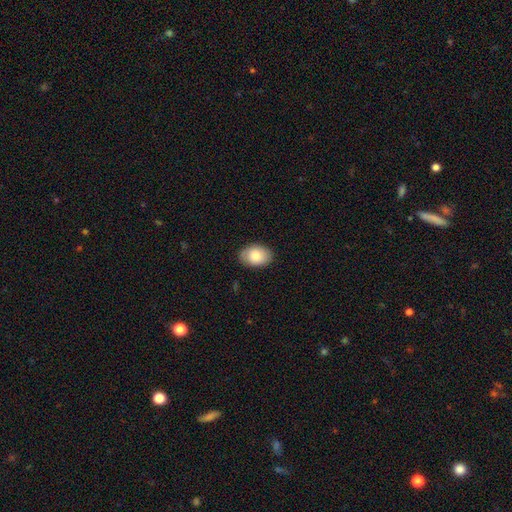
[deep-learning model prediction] Smooth or featured? smooth (81%)
How rounded? in between (81%)
Merging? none (86%)